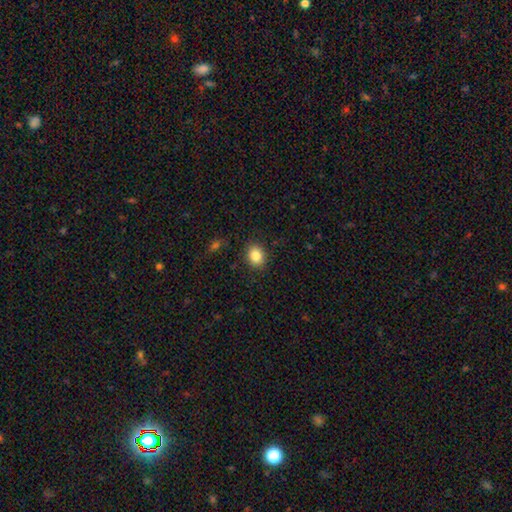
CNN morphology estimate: Smooth or featured? Predicted: smooth (p=0.84). How rounded? Predicted: round (p=0.59). Merging? Predicted: none (p=0.89).